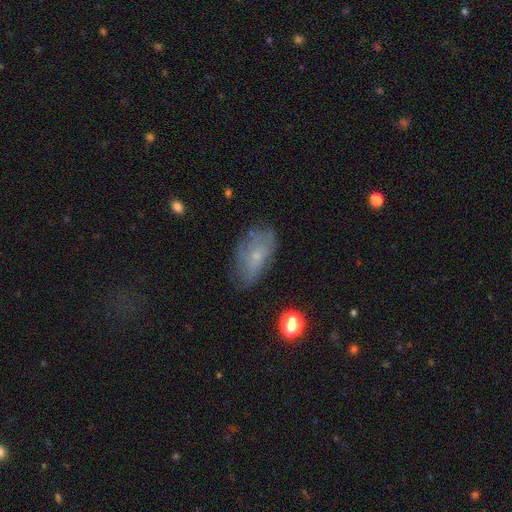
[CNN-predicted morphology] Q: Smooth or featured?
A: smooth (50%); runner-up: featured or disk (39%)
Q: How rounded?
A: in between (90%); runner-up: round (6%)
Q: Merging?
A: none (63%); runner-up: minor disturbance (25%)